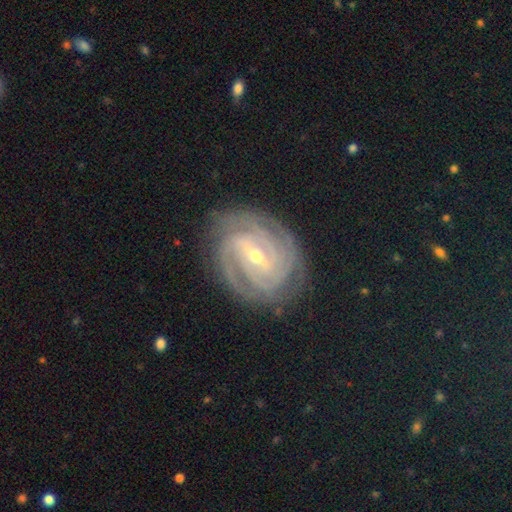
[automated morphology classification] This is clearly a featured or disk galaxy (91%). It is clearly not viewed edge-on (97%). Bar: marginally strong (44%). Spiral arm pattern: clearly yes (98%). Spiral arm count: marginally 3 (30%). Spiral winding: likely tight (79%). Central bulge: possibly small (56%). Merging: clearly none (82%).